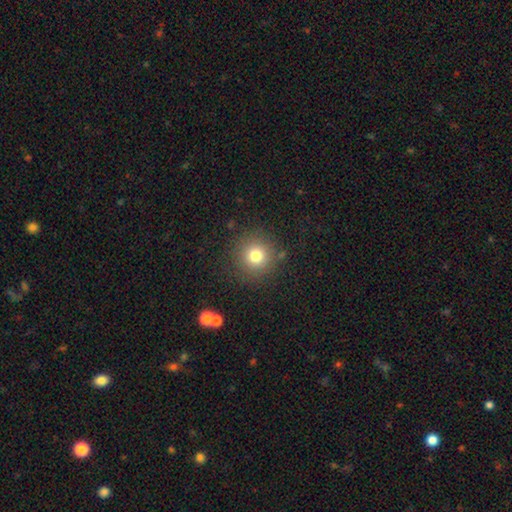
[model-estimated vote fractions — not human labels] This is likely a smooth galaxy (77%). How rounded: clearly round (95%). Merging: clearly none (86%).